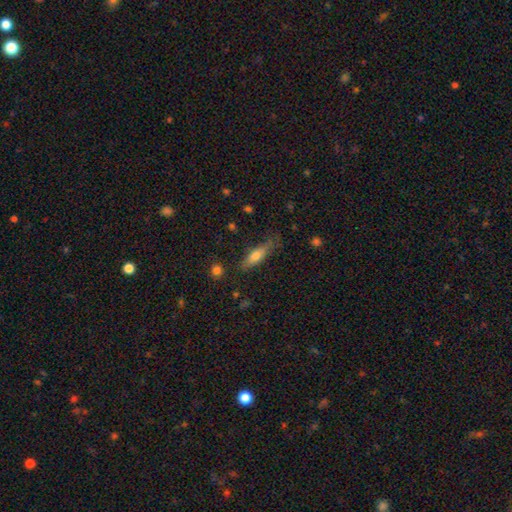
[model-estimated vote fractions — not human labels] Smooth or featured: smooth — 66% (featured or disk — 27%)
How rounded: cigar-shaped — 57% (in between — 40%)
Merging: none — 71% (minor disturbance — 21%)